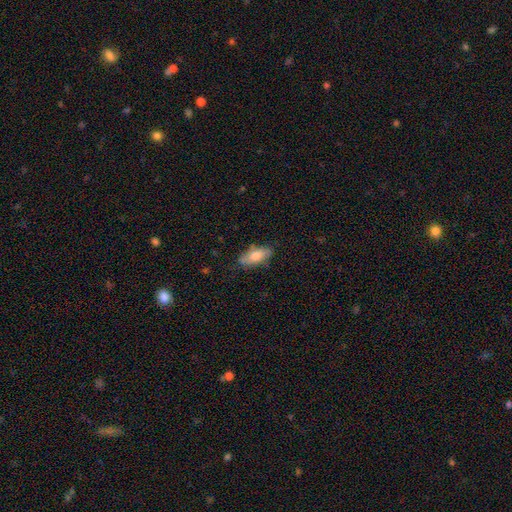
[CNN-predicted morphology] Q: Smooth or featured?
A: smooth (71%); runner-up: featured or disk (22%)
Q: How rounded?
A: in between (80%); runner-up: cigar-shaped (17%)
Q: Merging?
A: none (77%); runner-up: minor disturbance (18%)